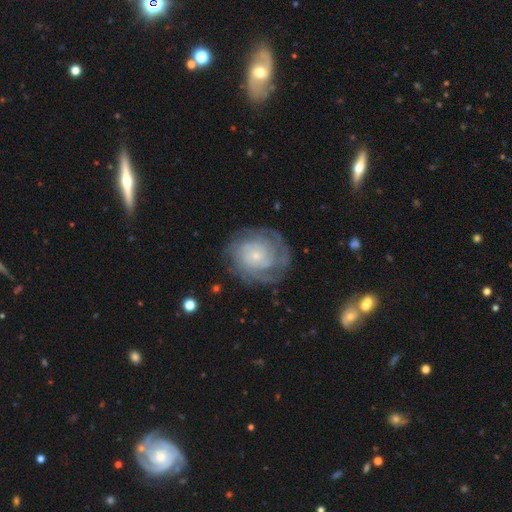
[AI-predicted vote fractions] Overall: featured or disk (82%). Edge-on disk: no (98%). Bar: no (80%). Spiral arms: yes (95%). Spiral arm count: can't tell (38%; 3 17%). Spiral winding: tight (77%). Bulge size: small (79%). Merging: none (77%).